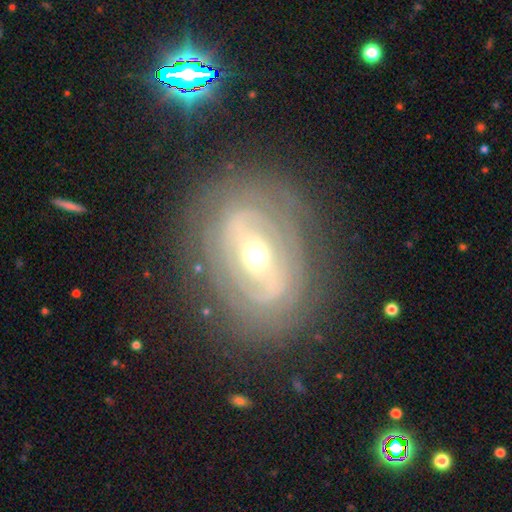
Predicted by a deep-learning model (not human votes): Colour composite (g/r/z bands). It shows a featured or disk galaxy (76%) with no bar (42%), spiral arms (63%) and a moderate central bulge (55%). Merging: none (76%).